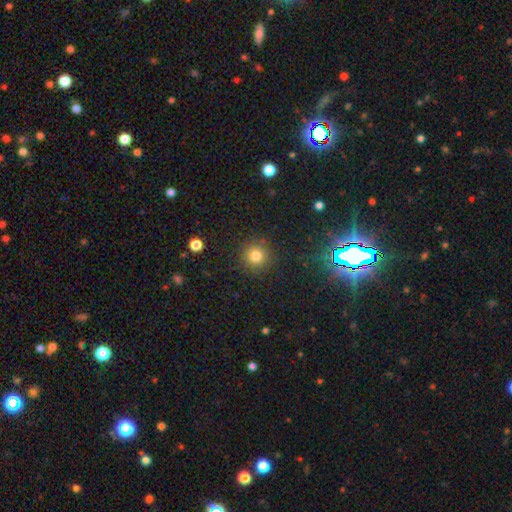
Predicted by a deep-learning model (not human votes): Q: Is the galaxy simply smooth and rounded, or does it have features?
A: smooth — 78%.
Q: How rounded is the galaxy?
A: round — 94%.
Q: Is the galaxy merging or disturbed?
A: none — 89%.